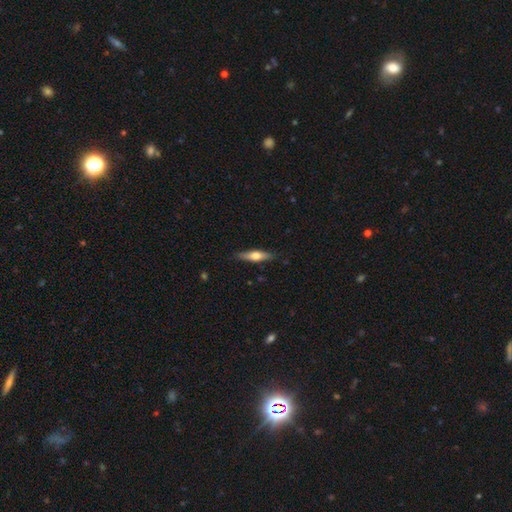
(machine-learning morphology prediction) This is possibly a smooth galaxy (48%). Merging: clearly none (87%).